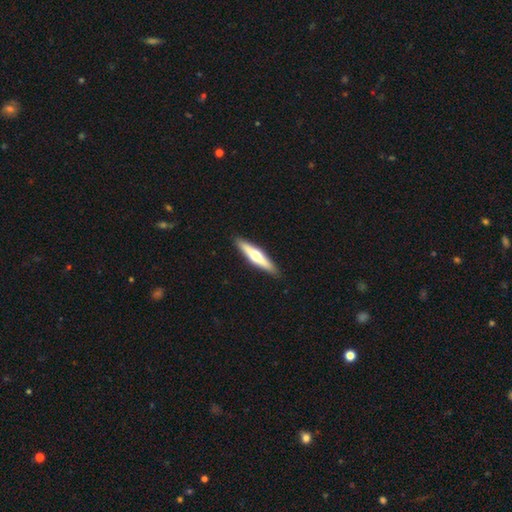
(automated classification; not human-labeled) The model was most divided on "smooth or featured": featured or disk: 60%, smooth: 35%, star or artifact: 5%. More confident: edge-on disk — yes (96%); edge-on bulge — rounded (94%); merging — none (91%).